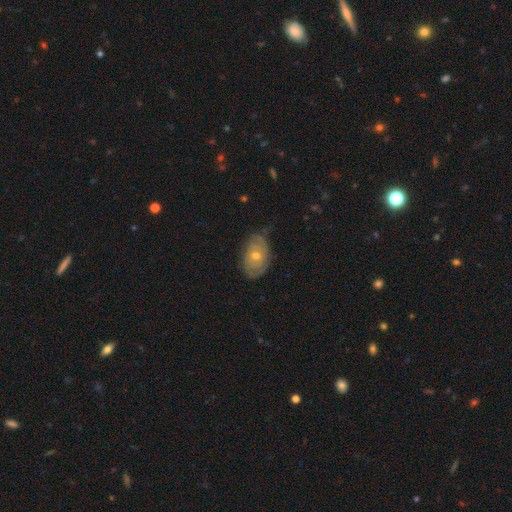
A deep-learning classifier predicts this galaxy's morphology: This is possibly a featured or disk galaxy (59%). It is clearly not viewed edge-on (93%). Bar: clearly no (83%). Spiral arm pattern: likely yes (67%). Central bulge: likely moderate (60%). Merging: likely none (70%).